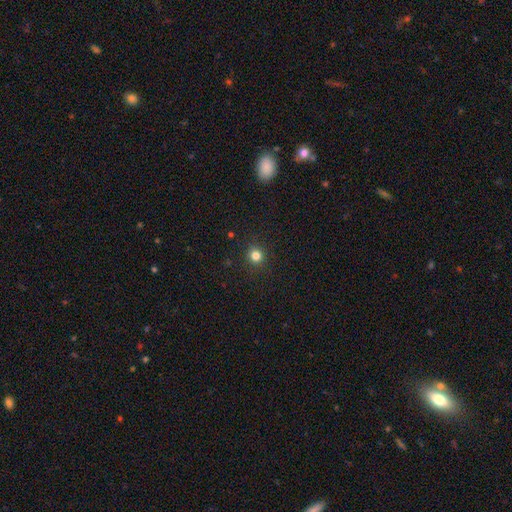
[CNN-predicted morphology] Smooth or featured: smooth — 82% (star or artifact — 14%)
How rounded: round — 92% (in between — 7%)
Merging: none — 91% (minor disturbance — 6%)